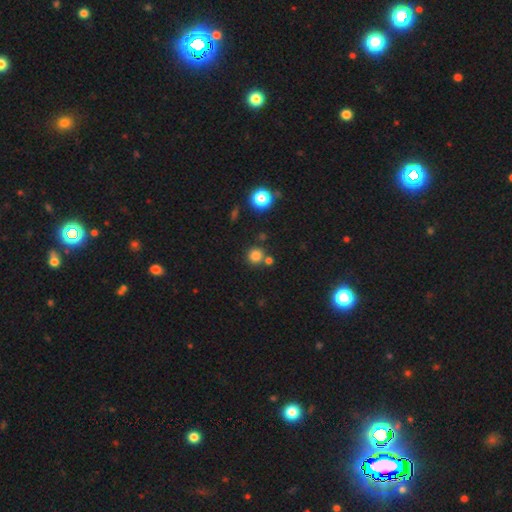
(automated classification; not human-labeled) smooth-or-featured: smooth: 80% | star or artifact: 15% | featured or disk: 5%
  how-rounded: round: 92% | in between: 7% | cigar-shaped: 1%
  merging: none: 74% | merger: 15% | minor disturbance: 7% | major disturbance: 3%